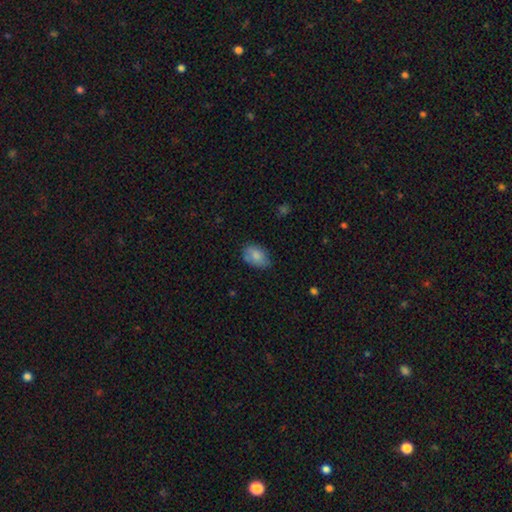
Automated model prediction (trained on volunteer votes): Smooth or featured? smooth (82%)
How rounded? in between (88%)
Merging? none (70%)